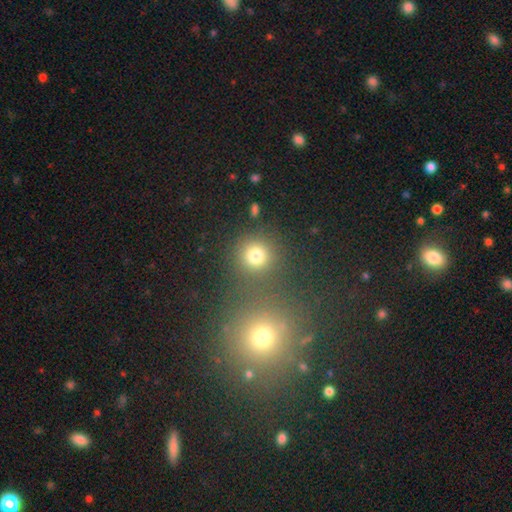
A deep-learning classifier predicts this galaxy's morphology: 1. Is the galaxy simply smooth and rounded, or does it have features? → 75% smooth, 19% star or artifact, 7% featured or disk.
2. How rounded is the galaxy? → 91% round, 8% in between, 1% cigar-shaped.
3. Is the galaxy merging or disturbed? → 81% none, 8% merger, 8% minor disturbance, 4% major disturbance.